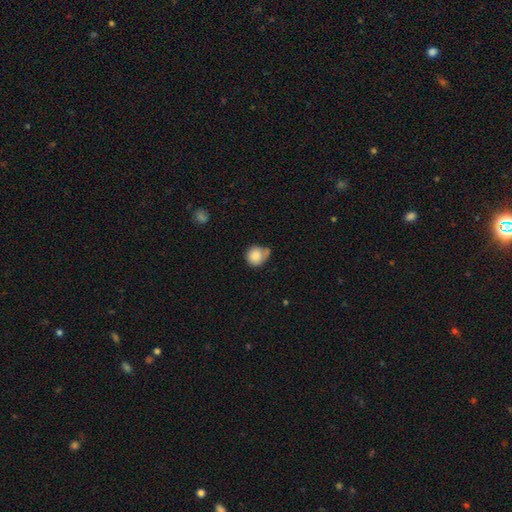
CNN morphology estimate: smooth-or-featured: smooth: 83% | featured or disk: 9% | star or artifact: 8%
  how-rounded: round: 83% | in between: 16% | cigar-shaped: 1%
  merging: none: 47% | minor disturbance: 28% | merger: 14% | major disturbance: 11%